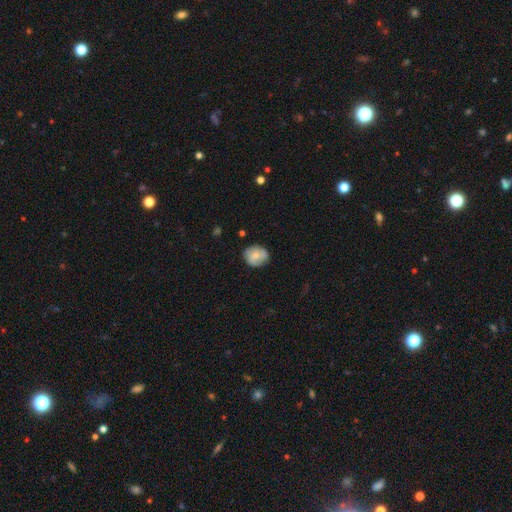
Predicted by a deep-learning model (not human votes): The model was most divided on "how rounded": round: 67%, in between: 32%, cigar-shaped: 1%. More confident: merging — none (78%); smooth or featured — smooth (70%).